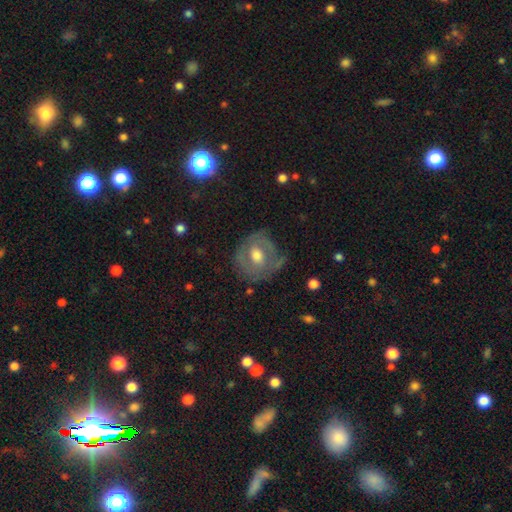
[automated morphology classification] Overall: featured or disk (59%; smooth 31%). Edge-on disk: no (95%). Bar: no (55%; weak 34%). Spiral arms: no (52%; yes 48%). Bulge size: moderate (73%). Merging: none (69%).